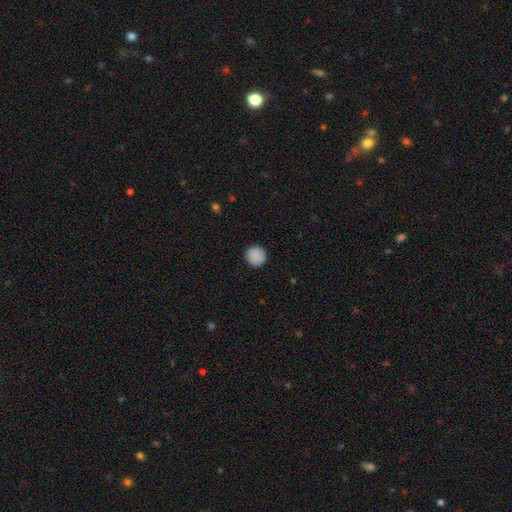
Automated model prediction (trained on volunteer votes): Smooth or featured? smooth (88%)
How rounded? round (94%)
Merging? none (90%)